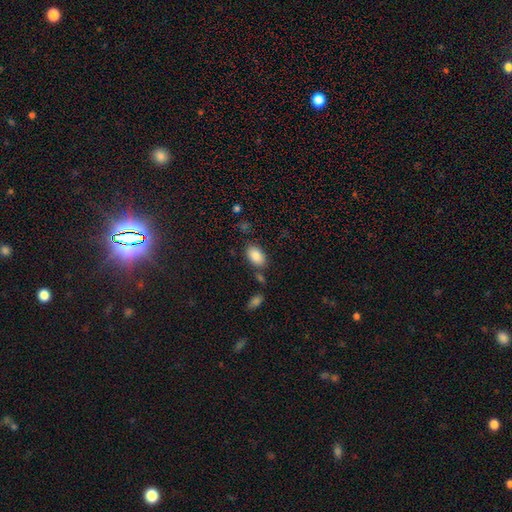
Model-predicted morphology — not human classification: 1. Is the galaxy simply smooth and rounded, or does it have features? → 87% smooth, 7% star or artifact, 6% featured or disk.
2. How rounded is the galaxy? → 91% in between, 7% round, 2% cigar-shaped.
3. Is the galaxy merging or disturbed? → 76% none, 13% minor disturbance, 7% merger, 4% major disturbance.